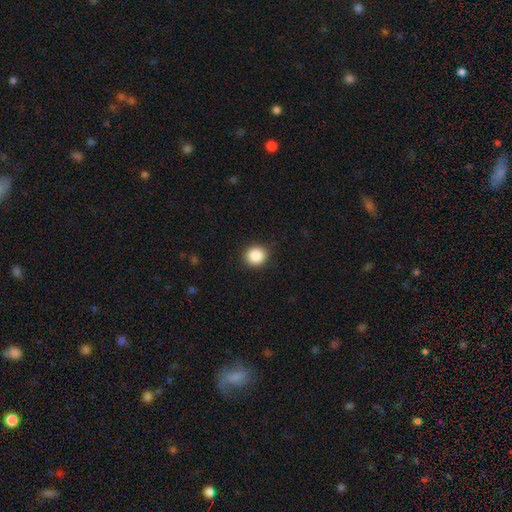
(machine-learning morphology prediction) Overall: smooth (88%). How rounded: round (88%). Merging: none (90%).